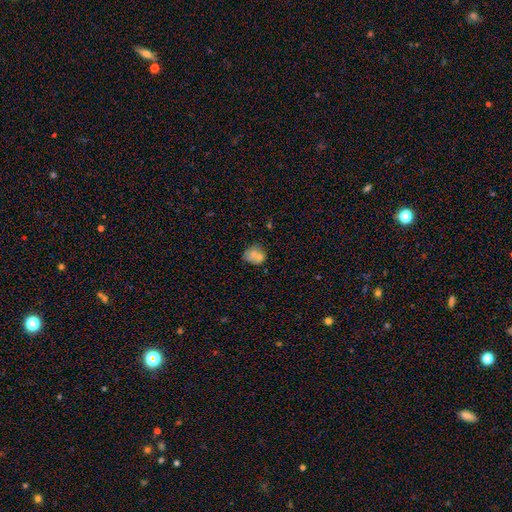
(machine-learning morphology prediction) This is likely a smooth galaxy (68%). How rounded: likely round (67%). Merging: possibly none (49%).